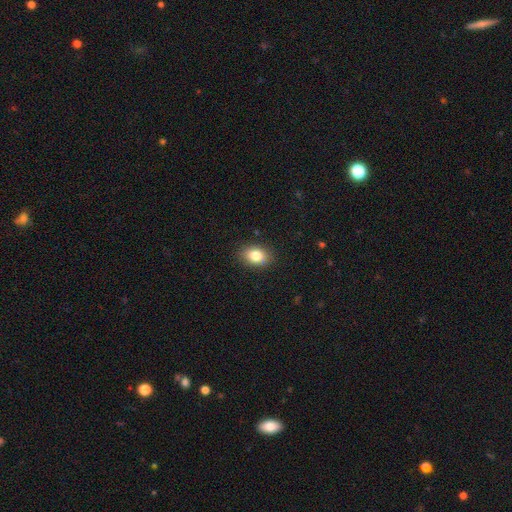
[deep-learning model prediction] This is clearly a smooth galaxy (83%). How rounded: likely in between (74%). Merging: clearly none (87%).